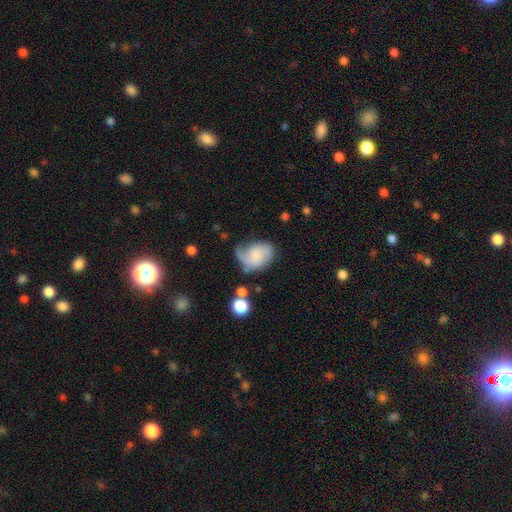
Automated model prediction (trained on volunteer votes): Q: Smooth or featured?
A: smooth (48%); runner-up: featured or disk (44%)
Q: Merging?
A: none (39%); runner-up: minor disturbance (32%)